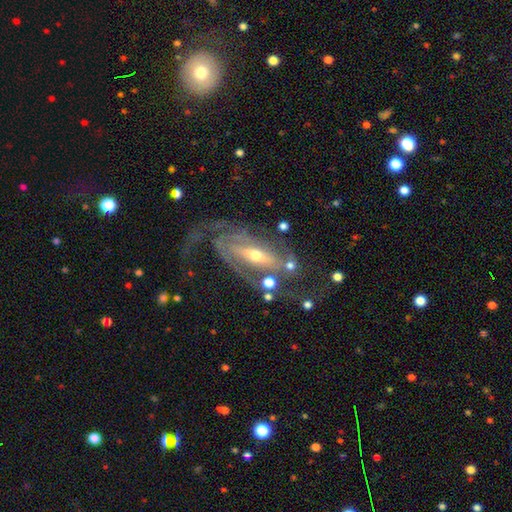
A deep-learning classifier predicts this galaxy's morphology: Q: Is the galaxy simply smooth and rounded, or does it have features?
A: featured or disk — 88%.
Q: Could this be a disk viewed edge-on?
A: no — 91%.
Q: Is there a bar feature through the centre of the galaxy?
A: strong — 41%.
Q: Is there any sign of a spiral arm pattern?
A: yes — 94%.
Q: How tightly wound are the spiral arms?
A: tight — 42%.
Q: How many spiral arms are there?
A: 2 — 56%.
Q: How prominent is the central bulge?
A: moderate — 47%, tied with small.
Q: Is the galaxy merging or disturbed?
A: none — 58%.